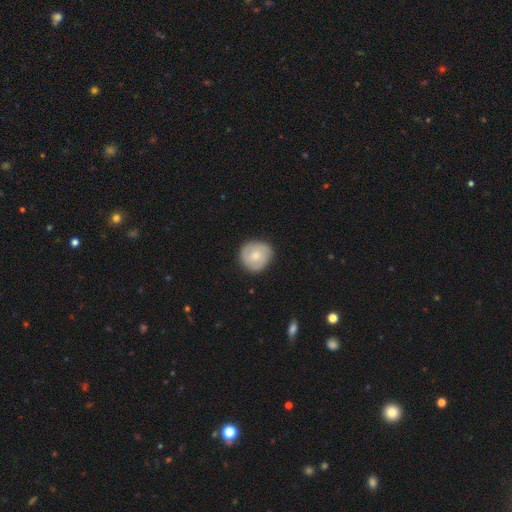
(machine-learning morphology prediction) Q: Smooth or featured?
A: smooth (58%); runner-up: featured or disk (36%)
Q: How rounded?
A: round (89%); runner-up: in between (10%)
Q: Merging?
A: none (82%); runner-up: minor disturbance (14%)